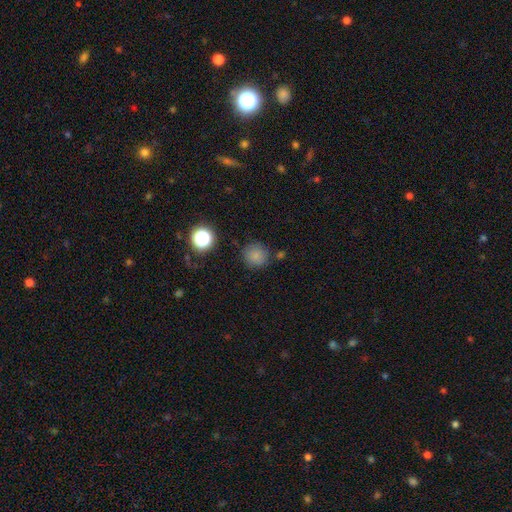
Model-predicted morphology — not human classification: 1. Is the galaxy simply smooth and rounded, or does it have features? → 78% smooth, 15% star or artifact, 7% featured or disk.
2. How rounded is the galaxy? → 93% round, 6% in between, 1% cigar-shaped.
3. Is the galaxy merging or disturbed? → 80% none, 11% minor disturbance, 5% merger, 3% major disturbance.